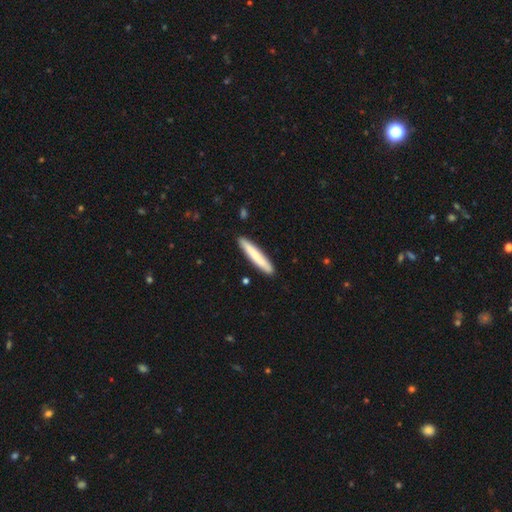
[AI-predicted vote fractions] A smooth galaxy with no disk features (71%) that is cigar-shaped (94%). Merging: none (90%).